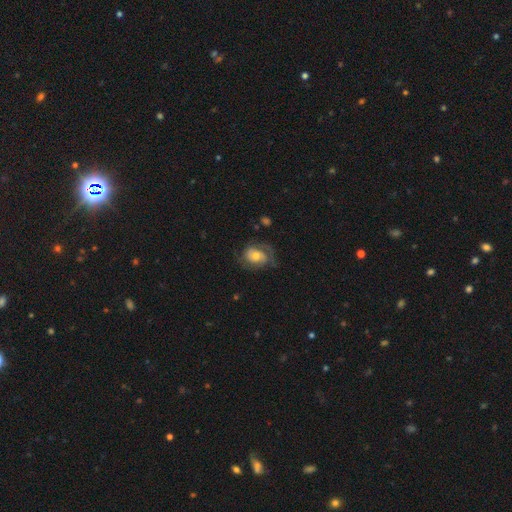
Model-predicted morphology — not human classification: smooth_or_featured: featured or disk (p=0.61) [alt: smooth p=0.32]
disk_edge_on: no (p=0.97) [alt: yes p=0.03]
bar: no (p=0.68) [alt: weak p=0.26]
has_spiral_arms: yes (p=0.83) [alt: no p=0.17]
bulge_size: moderate (p=0.60) [alt: small p=0.26]
merging: none (p=0.56) [alt: minor disturbance p=0.23]